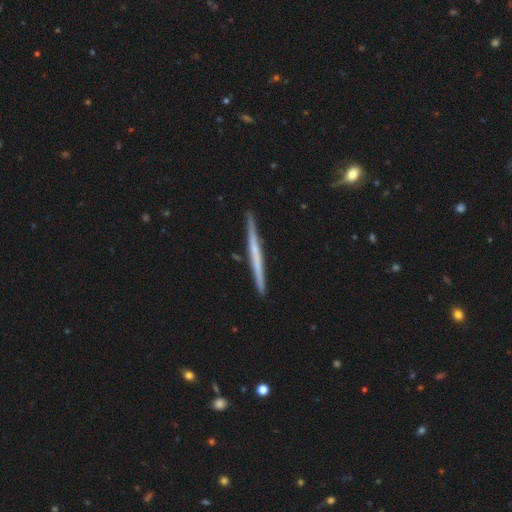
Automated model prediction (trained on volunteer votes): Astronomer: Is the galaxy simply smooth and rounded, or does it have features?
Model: featured or disk — 60%.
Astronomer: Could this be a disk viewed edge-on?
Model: yes — 98%.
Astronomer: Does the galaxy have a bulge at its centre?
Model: none — 81%.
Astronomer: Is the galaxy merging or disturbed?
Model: none — 91%.